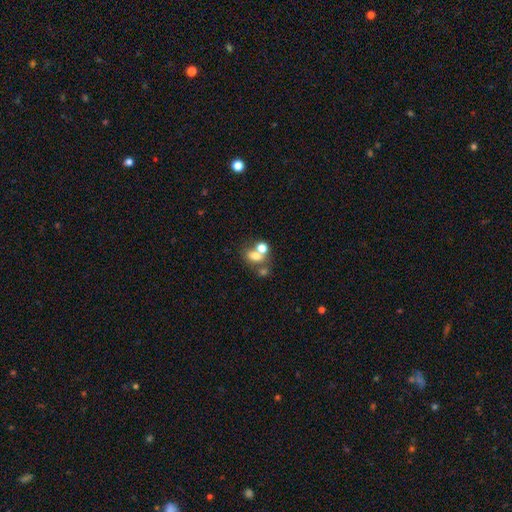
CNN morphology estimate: This is likely a smooth galaxy (67%). How rounded: possibly in between (58%). Merging: possibly merger (49%).